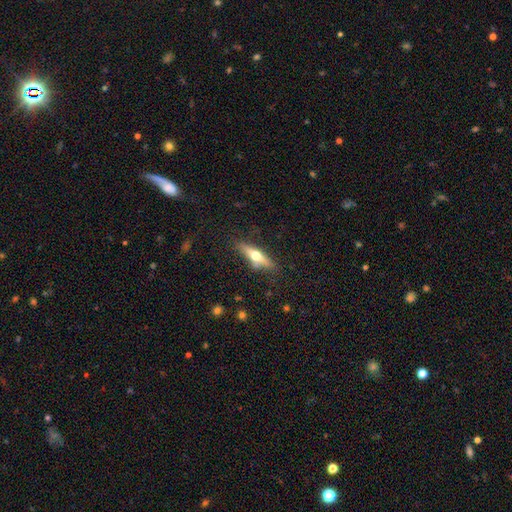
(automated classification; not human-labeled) smooth_or_featured: featured or disk (p=0.58) [alt: smooth p=0.36]
disk_edge_on: yes (p=0.93) [alt: no p=0.07]
edge_on_bulge: rounded (p=0.95) [alt: none p=0.03]
merging: none (p=0.83) [alt: minor disturbance p=0.12]